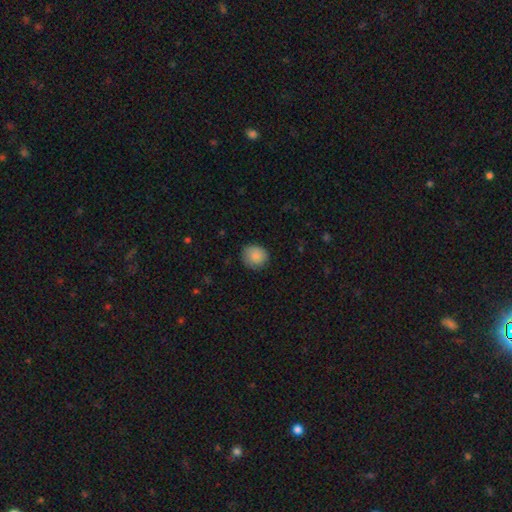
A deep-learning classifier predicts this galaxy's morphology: smooth 87%, star or artifact 7%, featured or disk 5%. Down the decision tree: how rounded — round (84%); merging — none (82%).